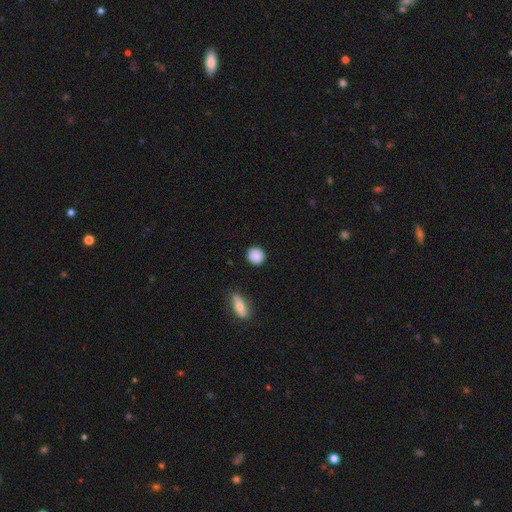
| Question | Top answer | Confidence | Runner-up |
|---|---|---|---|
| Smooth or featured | smooth | 97% | star or artifact (3%) |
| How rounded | round | 89% | in between (11%) |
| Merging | none | 92% | minor disturbance (6%) |